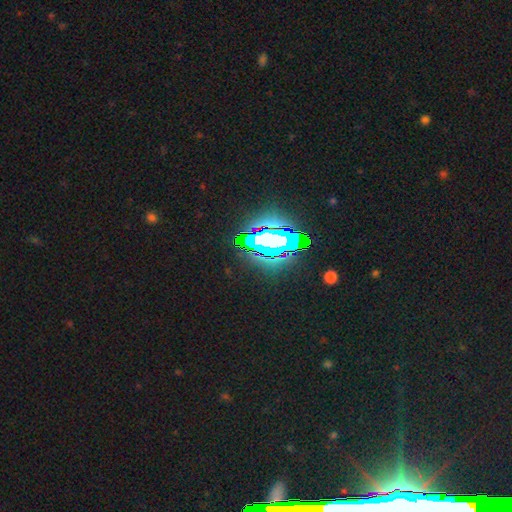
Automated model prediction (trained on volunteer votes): The model was most divided on "smooth or featured": star or artifact: 81%, smooth: 11%, featured or disk: 9%.